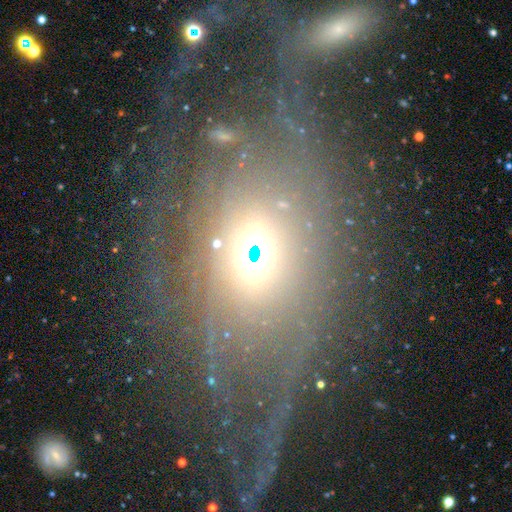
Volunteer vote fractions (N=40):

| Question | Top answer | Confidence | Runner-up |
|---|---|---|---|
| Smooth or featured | featured or disk | 78% | smooth (15%) |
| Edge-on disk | no | 81% | yes (19%) |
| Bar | no | 80% | weak (16%) |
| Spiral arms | yes | 68% | no (32%) |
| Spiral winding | medium | 59% | tight (35%) |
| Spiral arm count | can't tell | 53% | 2 (24%) |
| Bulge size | moderate | 40% | small (36%) |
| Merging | none | 51% | major disturbance (27%) |